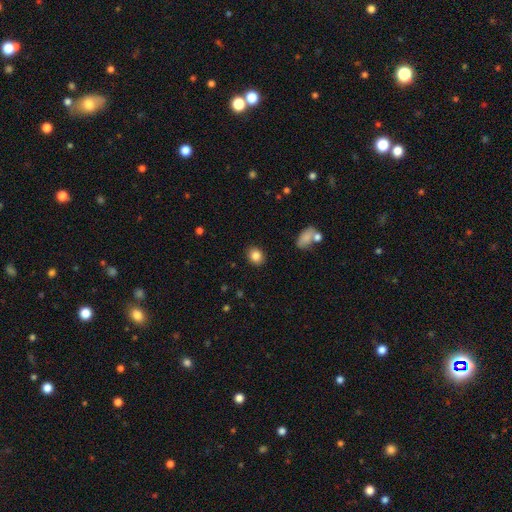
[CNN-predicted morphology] This is clearly a smooth galaxy (85%). How rounded: likely round (62%). Merging: clearly none (89%).